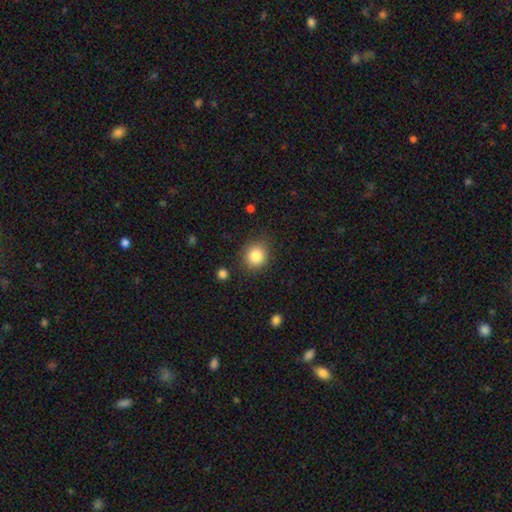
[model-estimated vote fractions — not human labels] This is clearly a smooth galaxy (84%). How rounded: clearly round (83%). Merging: clearly none (85%).